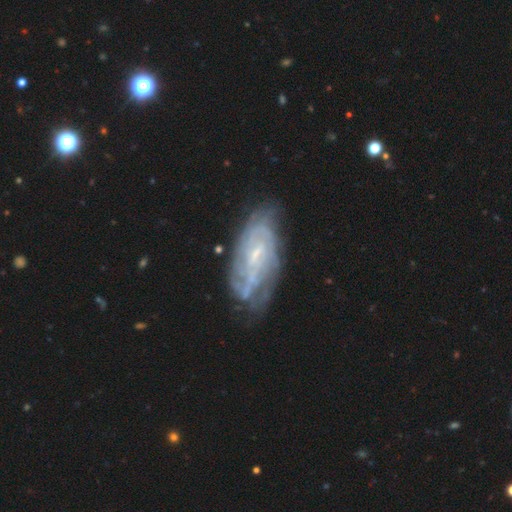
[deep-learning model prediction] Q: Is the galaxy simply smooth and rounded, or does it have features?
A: featured or disk — 80%.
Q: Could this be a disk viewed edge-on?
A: no — 93%.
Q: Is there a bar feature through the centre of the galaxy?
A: weak — 46%.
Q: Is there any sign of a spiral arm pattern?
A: yes — 88%.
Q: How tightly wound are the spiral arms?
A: tight — 60%.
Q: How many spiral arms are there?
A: can't tell — 50%.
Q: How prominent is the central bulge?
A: small — 65%.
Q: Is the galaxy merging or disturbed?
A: none — 66%.